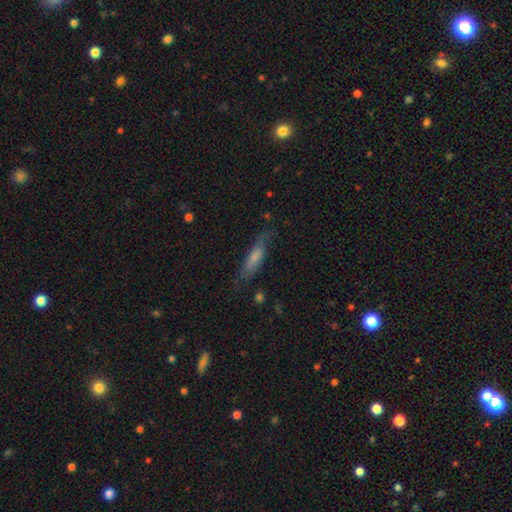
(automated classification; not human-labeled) smooth-or-featured: smooth: 50% | featured or disk: 40% | star or artifact: 9%
  how-rounded: cigar-shaped: 72% | in between: 25% | round: 3%
  merging: none: 66% | minor disturbance: 23% | major disturbance: 9% | merger: 2%